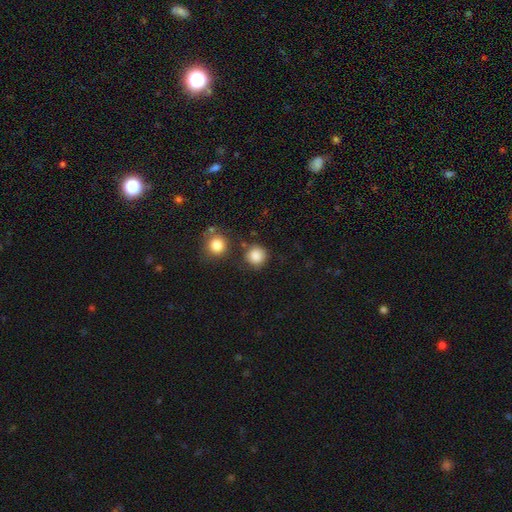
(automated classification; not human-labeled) Smooth or featured? smooth (86%)
How rounded? round (92%)
Merging? none (77%)